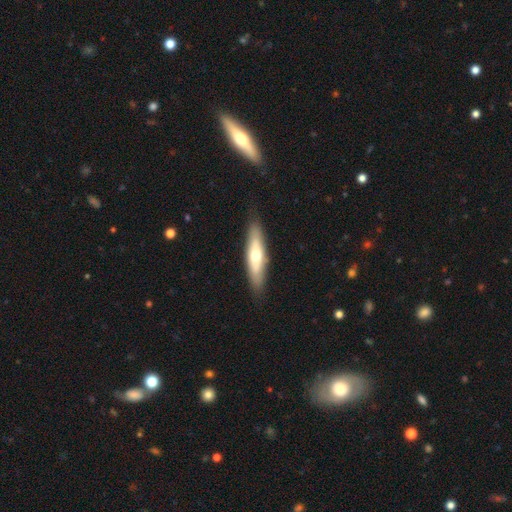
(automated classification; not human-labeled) Q: Smooth or featured?
A: smooth (51%); runner-up: featured or disk (44%)
Q: How rounded?
A: cigar-shaped (67%); runner-up: in between (31%)
Q: Merging?
A: none (85%); runner-up: minor disturbance (11%)